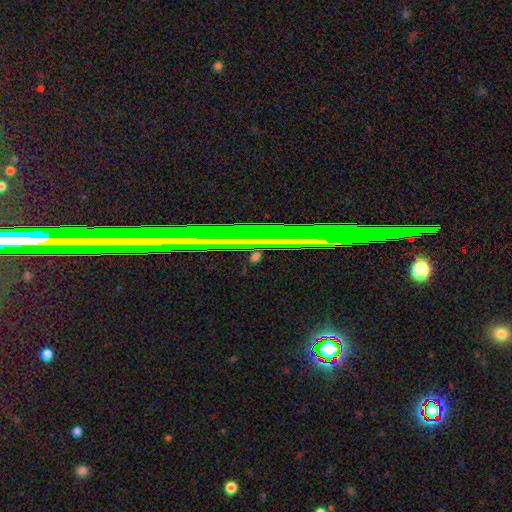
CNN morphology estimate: This appears to be a star or artifact, not a galaxy (61%).